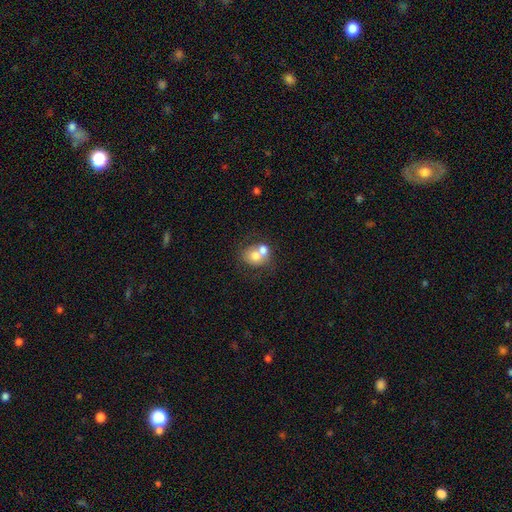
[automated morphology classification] Smooth or featured? Predicted: smooth (p=0.67). How rounded? Predicted: round (p=0.64). Merging? Predicted: merger (p=0.58).